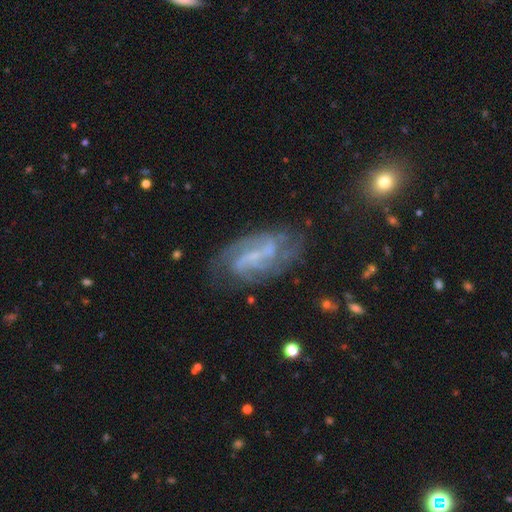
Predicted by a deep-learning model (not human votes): smooth-or-featured: featured or disk: 81% | smooth: 11% | star or artifact: 8%
  disk-edge-on: no: 95% | yes: 5%
    bar: weak: 46% | strong: 28% | no: 26%
    has-spiral-arms: yes: 92% | no: 8%
      spiral-winding: medium: 43% | loose: 30% | tight: 26%
      spiral-arm-count: 2: 56% | can't tell: 21% | 3: 12% | 1: 4% | 4: 4% | more than 4: 3%
    bulge-size: none: 43% | small: 42% | moderate: 12% | large: 2% | dominant: 1%
  merging: none: 67% | minor disturbance: 20% | major disturbance: 11% | merger: 3%